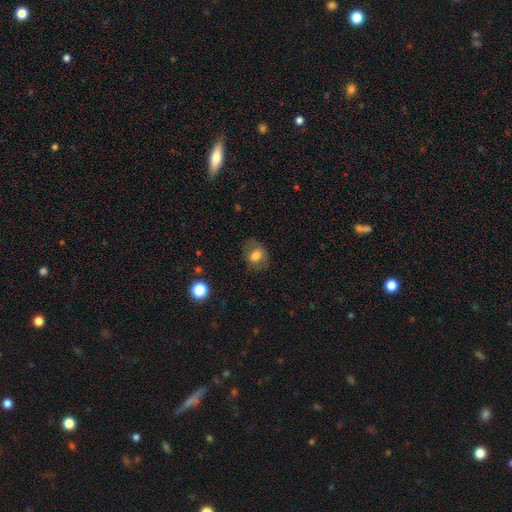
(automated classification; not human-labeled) Q: Smooth or featured?
A: smooth (69%); runner-up: featured or disk (21%)
Q: How rounded?
A: in between (57%); runner-up: round (41%)
Q: Merging?
A: none (73%); runner-up: minor disturbance (17%)